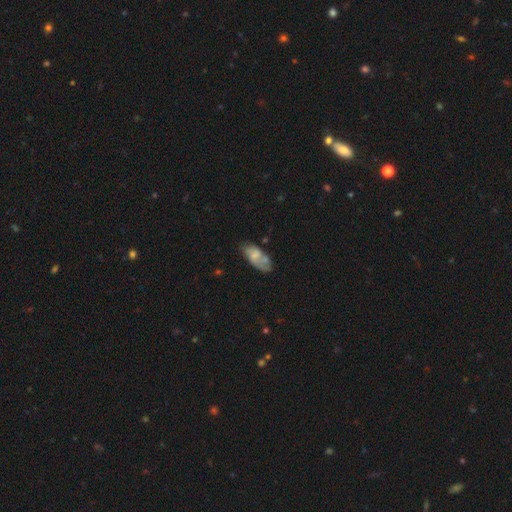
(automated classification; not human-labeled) smooth_or_featured: smooth (p=0.53) [alt: featured or disk p=0.40]
how_rounded: in between (p=0.88) [alt: cigar-shaped p=0.09]
merging: none (p=0.48) [alt: minor disturbance p=0.30]